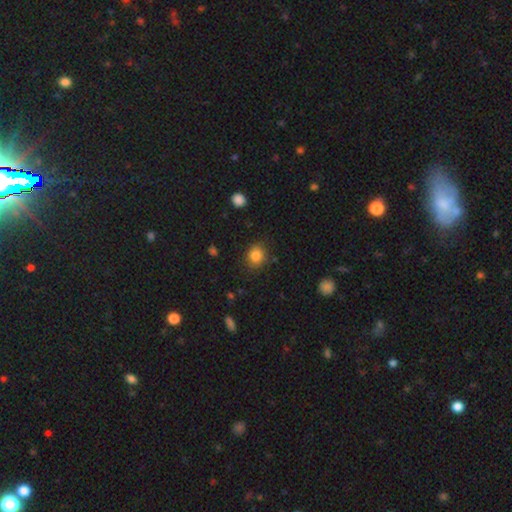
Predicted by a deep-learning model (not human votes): Smooth or featured? Predicted: smooth (p=0.85). How rounded? Predicted: round (p=0.77). Merging? Predicted: none (p=0.82).